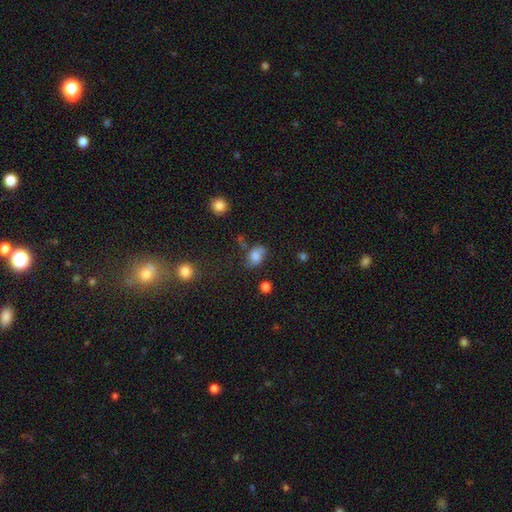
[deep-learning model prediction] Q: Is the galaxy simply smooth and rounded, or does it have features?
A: smooth — 70%.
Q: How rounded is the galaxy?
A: in between — 80%.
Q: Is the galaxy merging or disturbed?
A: none — 60%.